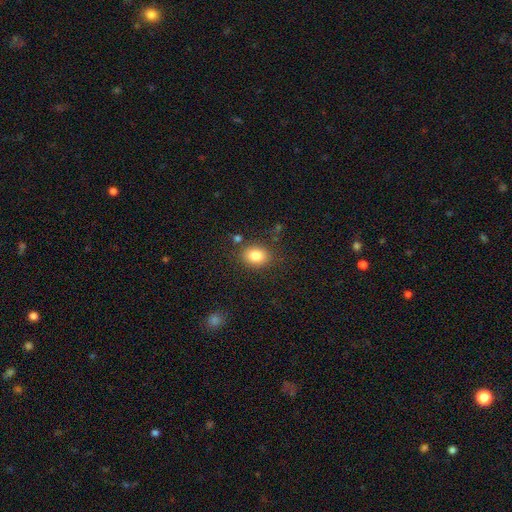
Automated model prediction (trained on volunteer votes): This appears to be a smooth galaxy with no disk features (83%) that is in between round and cigar-shaped (59%). Merging: none (82%).